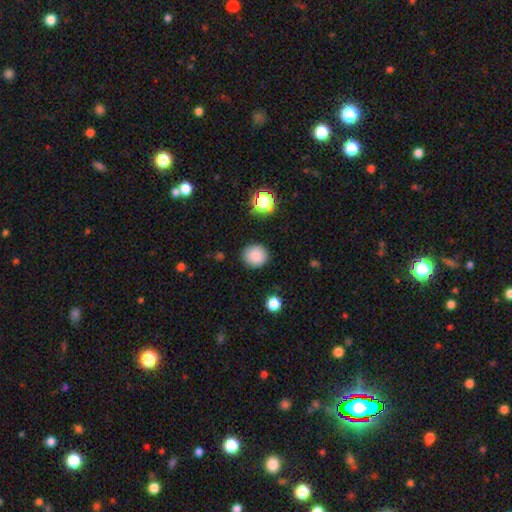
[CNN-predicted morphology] A smooth galaxy with no disk features (86%) that is round (87%). Merging: none (88%).